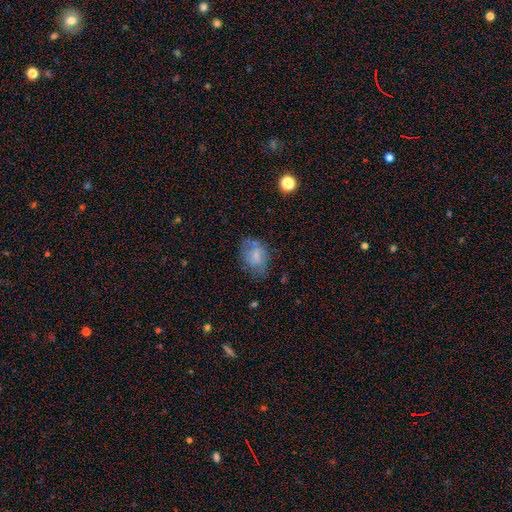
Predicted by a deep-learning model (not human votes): A smooth galaxy with no disk features (65%) that is in between round and cigar-shaped (74%). Merging: none (57%).